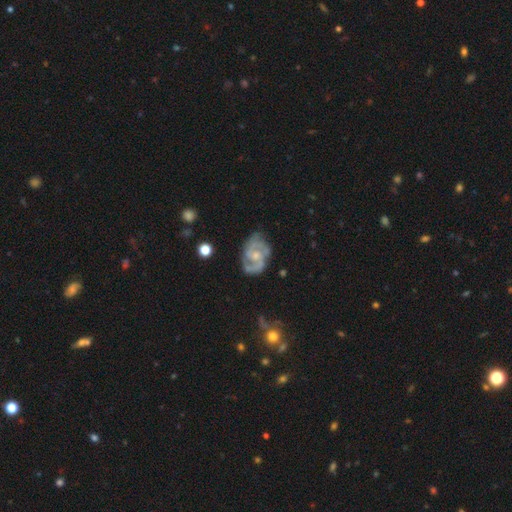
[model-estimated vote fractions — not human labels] Smooth or featured? Predicted: featured or disk (p=0.83). Edge-on disk? Predicted: no (p=0.97). Bar? Predicted: no (p=0.56). Spiral arms? Predicted: yes (p=0.93). Spiral winding? Predicted: medium (p=0.48). Spiral arm count? Predicted: 2 (p=0.65). Bulge size? Predicted: moderate (p=0.44, tied with small). Merging? Predicted: none (p=0.67).